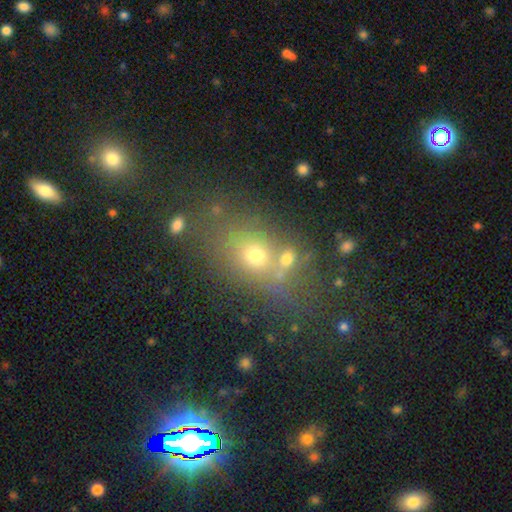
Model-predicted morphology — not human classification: Smooth or featured? Predicted: smooth (p=0.62). How rounded? Predicted: in between (p=0.60). Merging? Predicted: none (p=0.51).